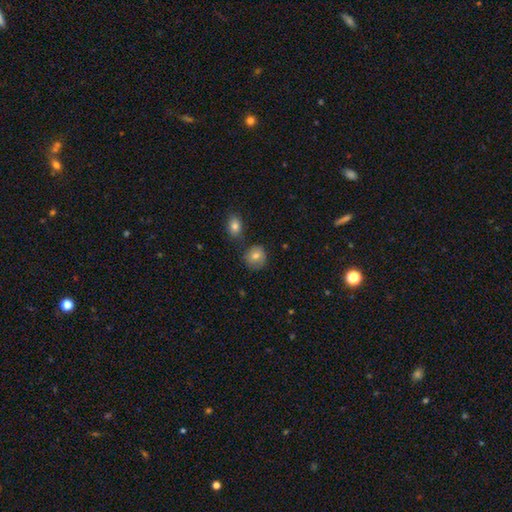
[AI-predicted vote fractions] smooth 77%, featured or disk 14%, star or artifact 9%. Down the decision tree: how rounded — round (76%); merging — none (72%).